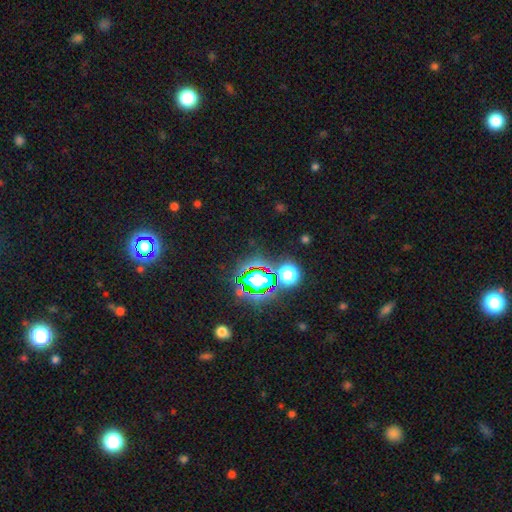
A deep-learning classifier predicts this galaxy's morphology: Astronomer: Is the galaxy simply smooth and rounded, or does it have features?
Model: star or artifact — 73%.